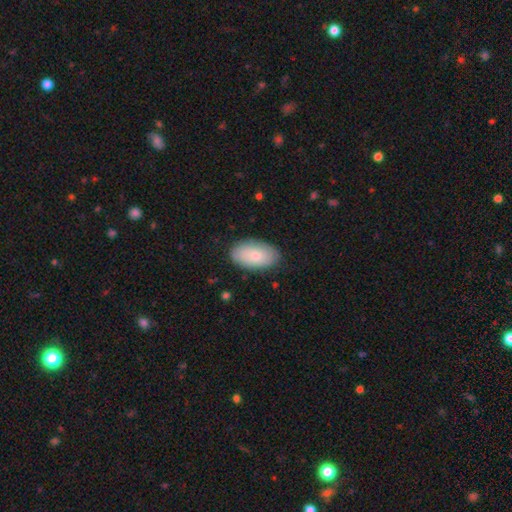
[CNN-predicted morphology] Overall: smooth (66%; featured or disk 28%). How rounded: in between (94%). Merging: none (83%).